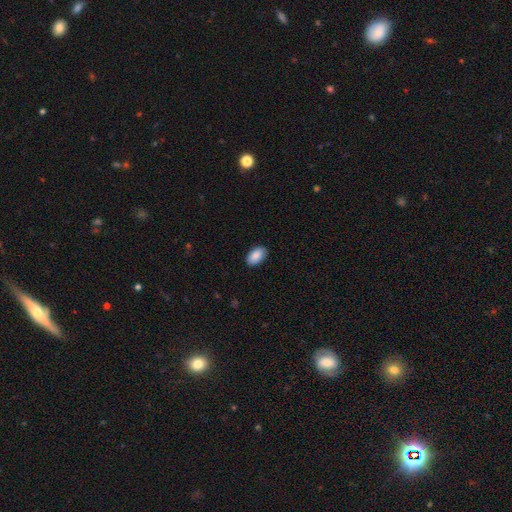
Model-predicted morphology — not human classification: Q: Smooth or featured?
A: smooth (89%); runner-up: star or artifact (6%)
Q: How rounded?
A: in between (94%); runner-up: round (5%)
Q: Merging?
A: none (88%); runner-up: minor disturbance (9%)